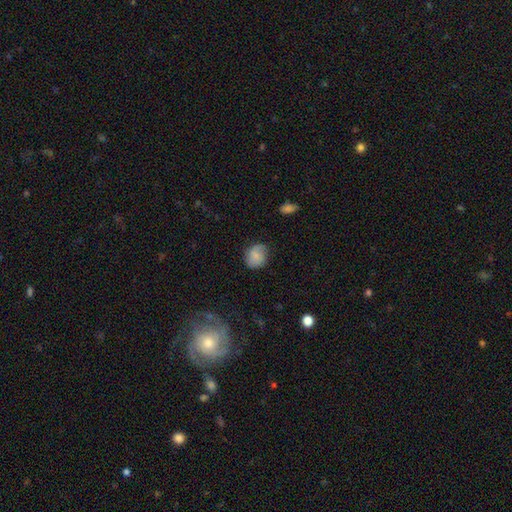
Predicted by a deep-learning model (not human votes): Smooth or featured?
  - smooth: 73% *
  - featured or disk: 19%
  - star or artifact: 8%
How rounded?
  - round: 61% *
  - in between: 38%
  - cigar-shaped: 1%
Merging?
  - none: 69% *
  - minor disturbance: 23%
  - major disturbance: 6%
  - merger: 1%